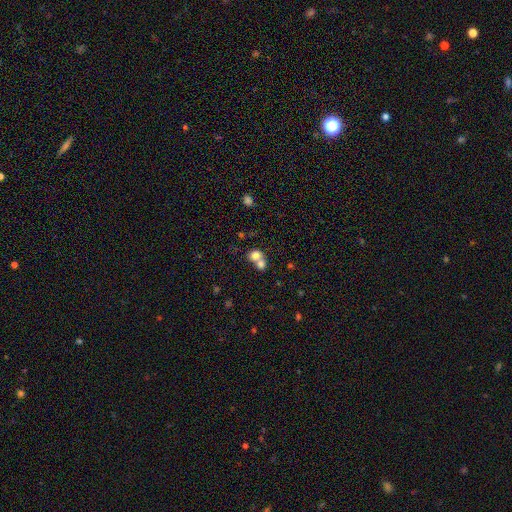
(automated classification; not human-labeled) smooth_or_featured: smooth (p=0.75) [alt: featured or disk p=0.14]
how_rounded: round (p=0.65) [alt: in between p=0.34]
merging: merger (p=0.66) [alt: none p=0.25]